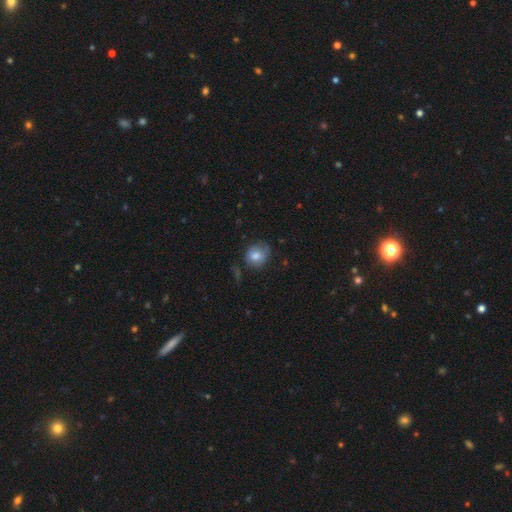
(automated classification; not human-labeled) This is likely a smooth galaxy (76%). How rounded: likely round (70%). Merging: likely none (61%).